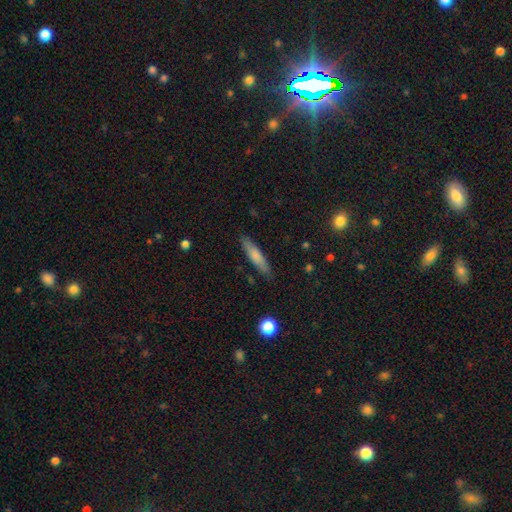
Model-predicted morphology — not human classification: Smooth or featured?
  - smooth: 71% *
  - featured or disk: 23%
  - star or artifact: 6%
How rounded?
  - cigar-shaped: 82% *
  - in between: 17%
  - round: 2%
Merging?
  - none: 85% *
  - minor disturbance: 11%
  - major disturbance: 2%
  - merger: 1%